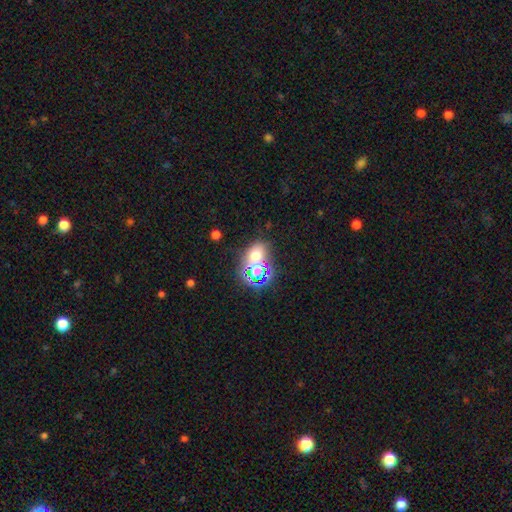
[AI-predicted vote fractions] Smooth or featured?
  - smooth: 53% *
  - star or artifact: 35%
  - featured or disk: 11%
How rounded?
  - round: 51% *
  - in between: 48%
  - cigar-shaped: 1%
Merging?
  - none: 57% *
  - merger: 27%
  - minor disturbance: 11%
  - major disturbance: 6%